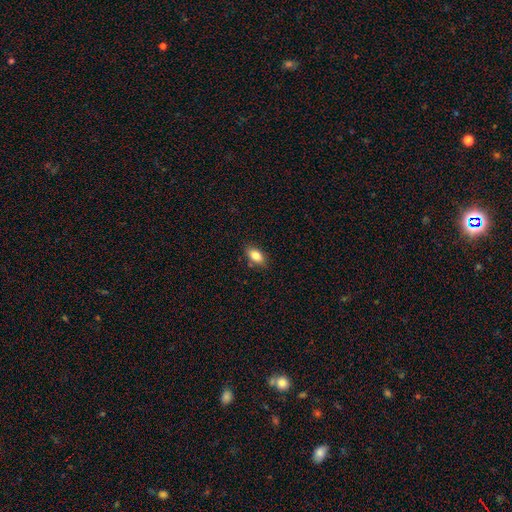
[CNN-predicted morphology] smooth 82%, featured or disk 9%, star or artifact 8%. Down the decision tree: how rounded — in between (89%); merging — none (83%).